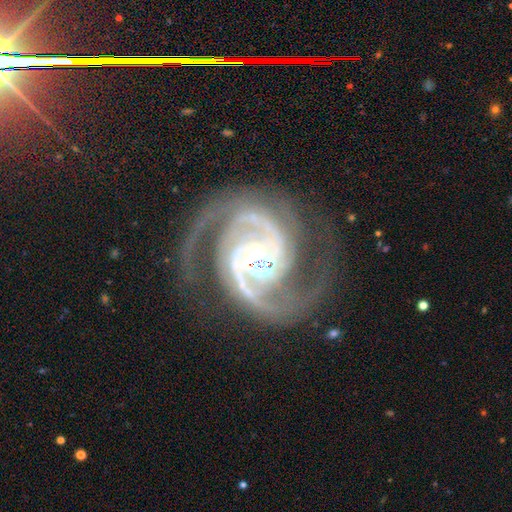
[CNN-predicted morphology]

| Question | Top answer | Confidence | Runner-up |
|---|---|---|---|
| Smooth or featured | featured or disk | 93% | star or artifact (4%) |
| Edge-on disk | no | 98% | yes (2%) |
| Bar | no | 42% | weak (33%) |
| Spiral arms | yes | 99% | no (1%) |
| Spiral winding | medium | 48% | tight (46%) |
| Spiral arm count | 2 | 60% | 3 (23%) |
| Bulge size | moderate | 58% | large (20%) |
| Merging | none | 70% | minor disturbance (16%) |